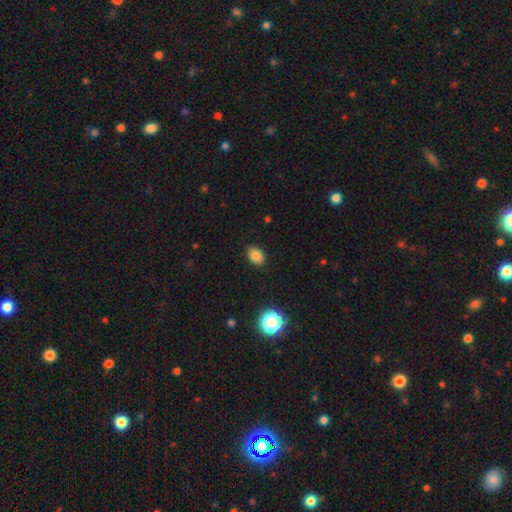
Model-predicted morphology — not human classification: Smooth or featured? Predicted: smooth (p=0.82). How rounded? Predicted: in between (p=0.74). Merging? Predicted: none (p=0.88).